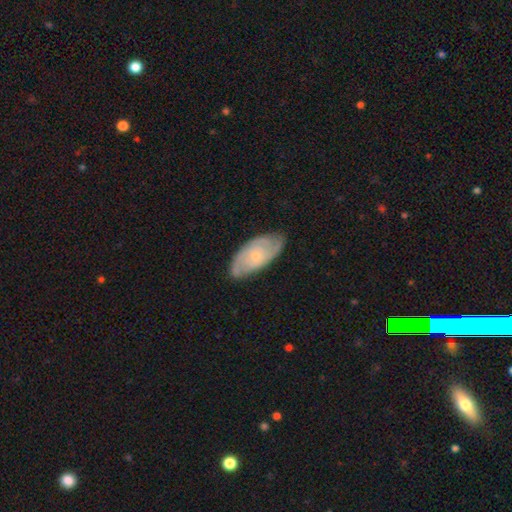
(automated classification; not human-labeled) smooth-or-featured: featured or disk: 69% | smooth: 26% | star or artifact: 5%
  disk-edge-on: no: 93% | yes: 7%
    bar: no: 73% | weak: 23% | strong: 4%
    has-spiral-arms: yes: 88% | no: 12%
      spiral-winding: tight: 55% | medium: 35% | loose: 10%
      spiral-arm-count: 2: 49% | can't tell: 31% | 3: 10% | 4: 4% | 1: 3% | more than 4: 3%
    bulge-size: small: 70% | moderate: 26% | none: 2% | large: 1% | dominant: 1%
  merging: none: 76% | minor disturbance: 19% | major disturbance: 4% | merger: 1%